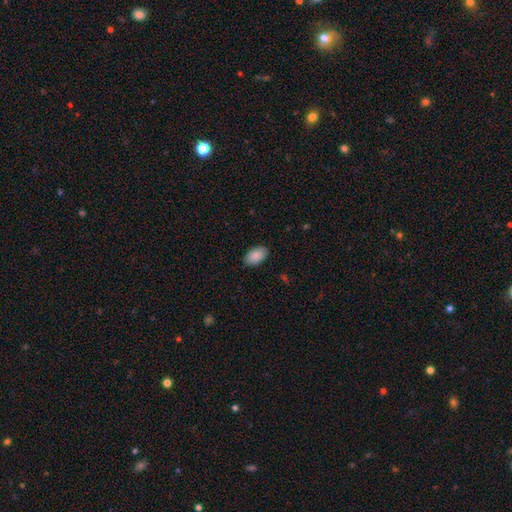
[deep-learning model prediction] Smooth or featured? smooth (90%)
How rounded? in between (95%)
Merging? none (88%)